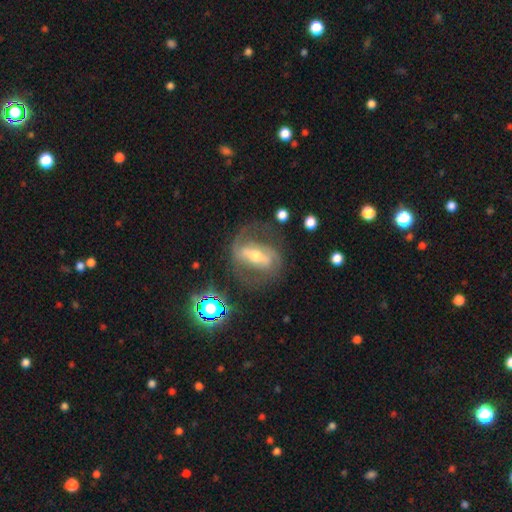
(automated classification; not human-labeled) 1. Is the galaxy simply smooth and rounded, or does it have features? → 81% featured or disk, 12% smooth, 7% star or artifact.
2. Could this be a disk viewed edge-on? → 92% no, 8% yes.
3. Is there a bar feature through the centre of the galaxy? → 61% strong, 27% weak, 12% no.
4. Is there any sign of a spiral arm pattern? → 87% yes, 13% no.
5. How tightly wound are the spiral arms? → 49% medium, 26% tight, 25% loose.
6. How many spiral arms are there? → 82% 2, 9% can't tell, 4% 1, 3% 3, 1% 4, 1% more than 4.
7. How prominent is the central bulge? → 65% moderate, 25% small, 8% large, 1% none, 1% dominant.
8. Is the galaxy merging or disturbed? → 64% none, 17% major disturbance, 16% minor disturbance, 3% merger.